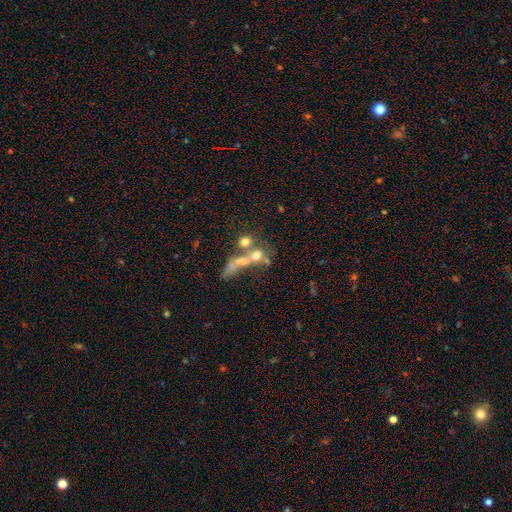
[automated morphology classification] Smooth or featured: smooth — 42% (featured or disk — 38%)
Merging: merger — 54% (none — 22%)